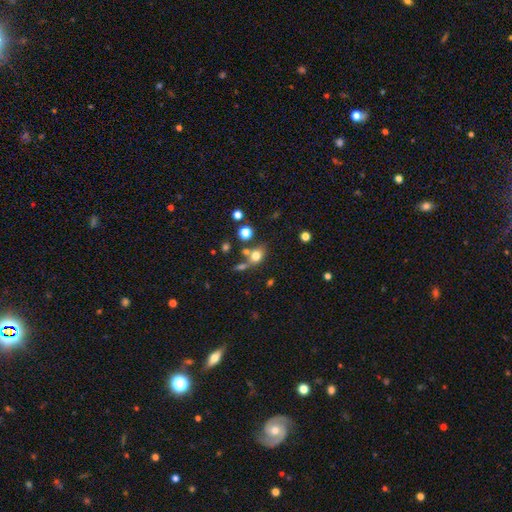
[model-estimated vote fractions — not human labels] Smooth or featured: smooth — 71% (featured or disk — 15%)
How rounded: in between — 54% (round — 43%)
Merging: none — 52% (merger — 26%)